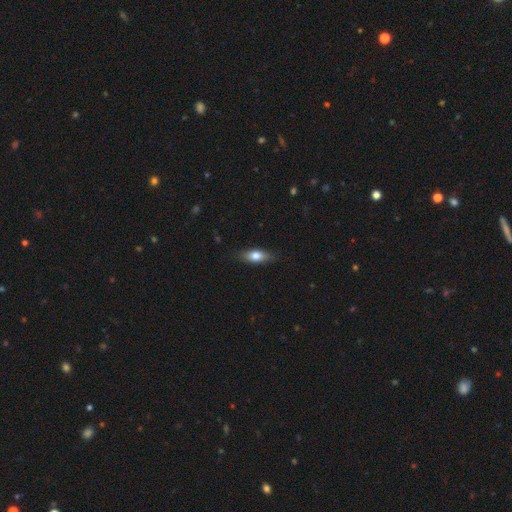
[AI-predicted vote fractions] smooth 71%, featured or disk 23%, star or artifact 7%. Down the decision tree: how rounded — in between (72%); merging — none (84%).